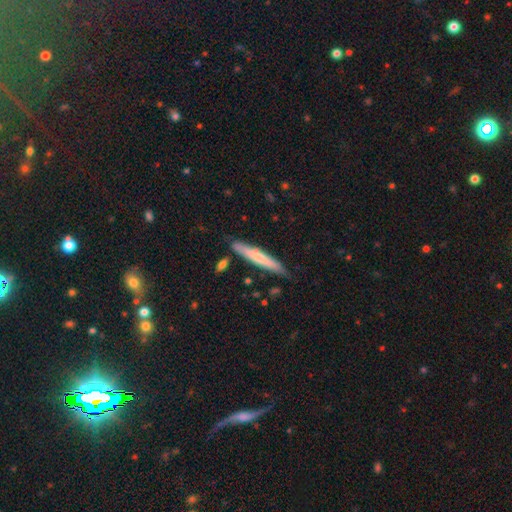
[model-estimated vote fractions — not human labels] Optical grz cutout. It shows a smooth galaxy with no disk features (60%) that is cigar-shaped (94%). Merging: none (84%).